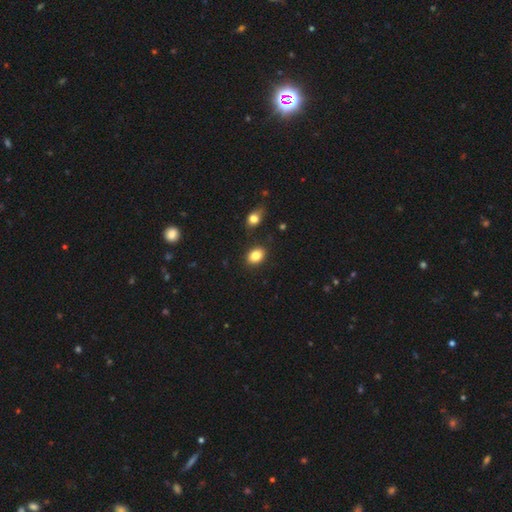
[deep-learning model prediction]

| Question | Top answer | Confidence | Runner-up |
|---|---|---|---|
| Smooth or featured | smooth | 84% | star or artifact (9%) |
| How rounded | in between | 71% | round (28%) |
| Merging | none | 85% | minor disturbance (9%) |